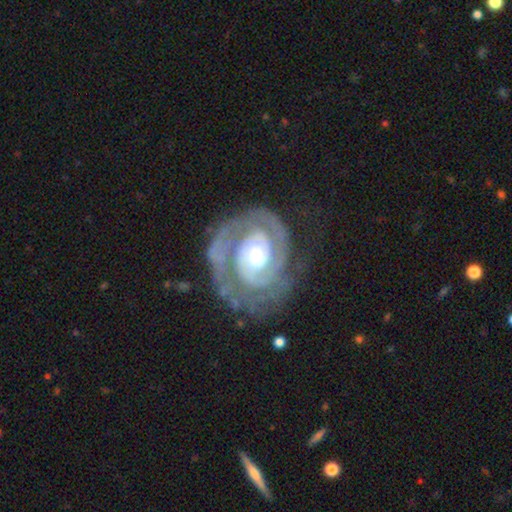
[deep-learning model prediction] Smooth or featured? featured or disk (90%)
Edge-on disk? no (98%)
Bar? no (70%)
Spiral arms? yes (96%)
Spiral winding? tight (72%)
Spiral arm count? 2 (54%)
Bulge size? moderate (47%)
Merging? none (66%)